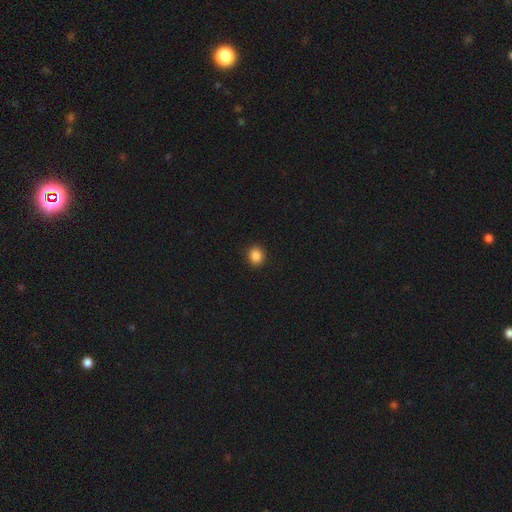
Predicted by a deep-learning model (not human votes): This appears to be a smooth galaxy with no disk features (87%) that is round (77%). Merging: none (91%).